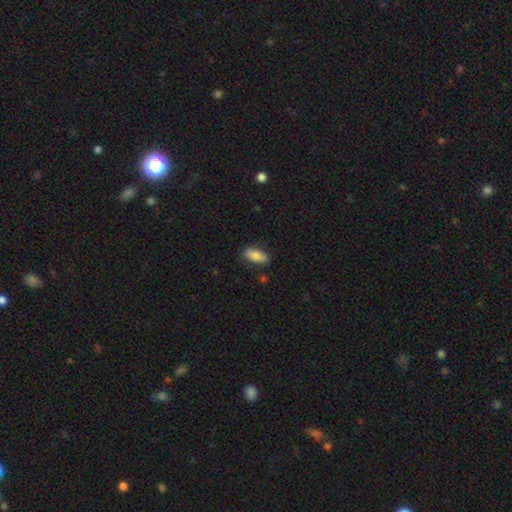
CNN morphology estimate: Q: Smooth or featured?
A: smooth (83%); runner-up: featured or disk (10%)
Q: How rounded?
A: in between (85%); runner-up: cigar-shaped (12%)
Q: Merging?
A: none (82%); runner-up: minor disturbance (13%)